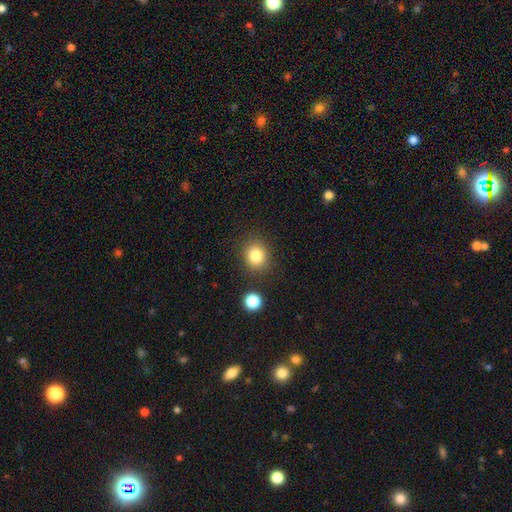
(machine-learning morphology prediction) Smooth or featured?
  - smooth: 82% *
  - star or artifact: 12%
  - featured or disk: 6%
How rounded?
  - round: 78% *
  - in between: 21%
  - cigar-shaped: 1%
Merging?
  - none: 84% *
  - minor disturbance: 9%
  - merger: 4%
  - major disturbance: 3%